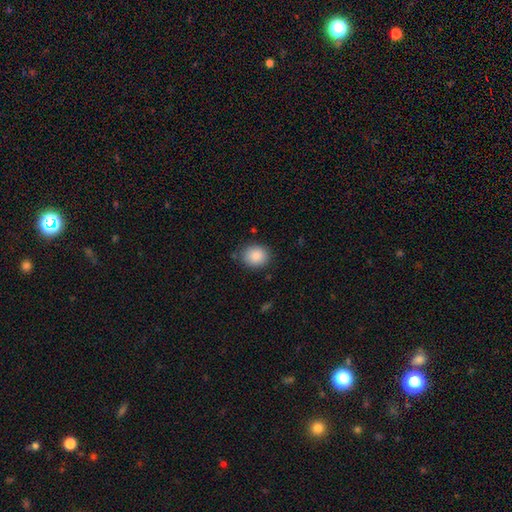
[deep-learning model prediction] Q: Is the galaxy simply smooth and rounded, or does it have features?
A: smooth — 88%.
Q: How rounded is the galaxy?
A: round — 61%.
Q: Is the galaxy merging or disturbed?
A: none — 82%.